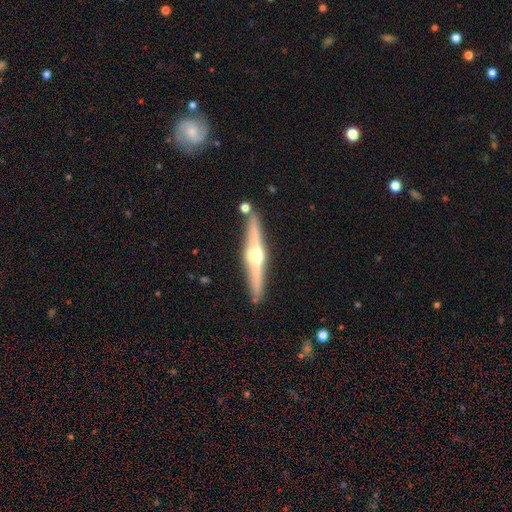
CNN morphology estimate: Overall: featured or disk (77%). Edge-on disk: yes (97%). Edge-on bulge: rounded (95%). Merging: none (84%).